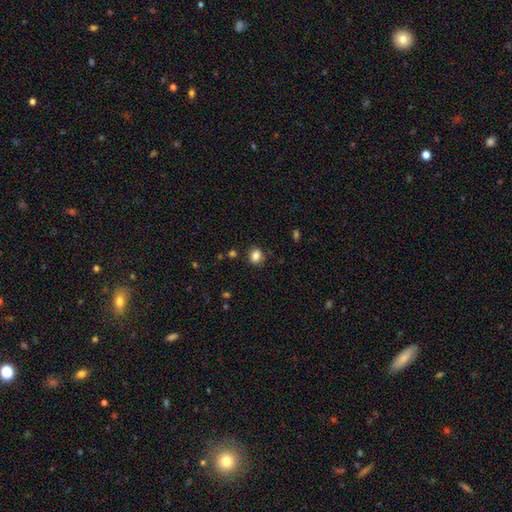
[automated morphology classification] The model was most divided on "how rounded": round: 65%, in between: 34%, cigar-shaped: 1%. More confident: merging — none (85%); smooth or featured — smooth (84%).